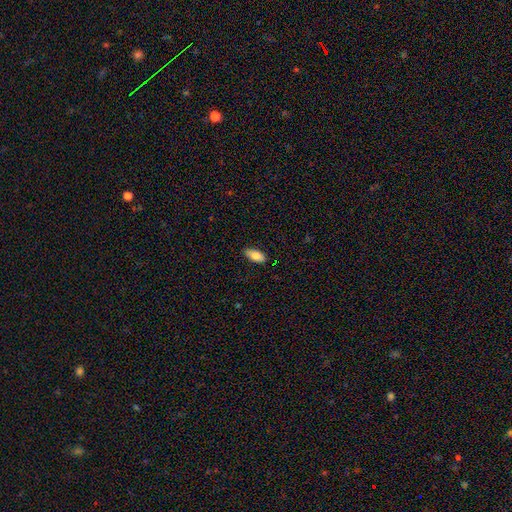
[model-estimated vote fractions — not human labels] This appears to be a smooth galaxy with no disk features (81%) that is in between round and cigar-shaped (88%). Merging: none (88%).